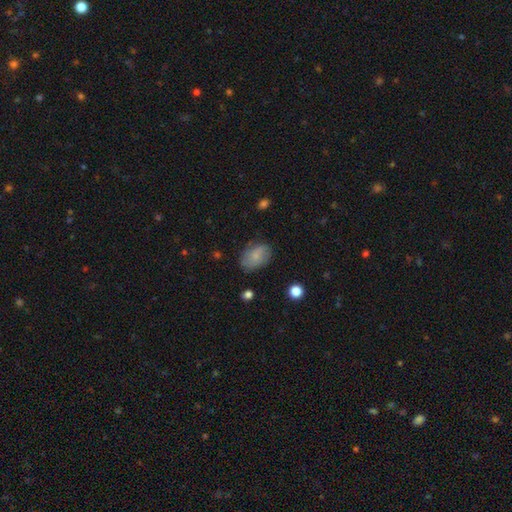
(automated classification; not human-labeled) This appears to be a smooth galaxy with no disk features (64%) that is in between round and cigar-shaped (81%). Merging: none (70%).